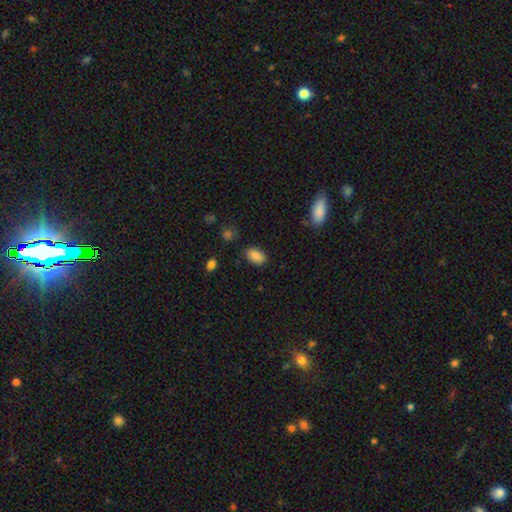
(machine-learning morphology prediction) smooth-or-featured: smooth: 84% | star or artifact: 8% | featured or disk: 7%
  how-rounded: in between: 90% | round: 8% | cigar-shaped: 2%
  merging: none: 84% | minor disturbance: 12% | major disturbance: 3% | merger: 2%